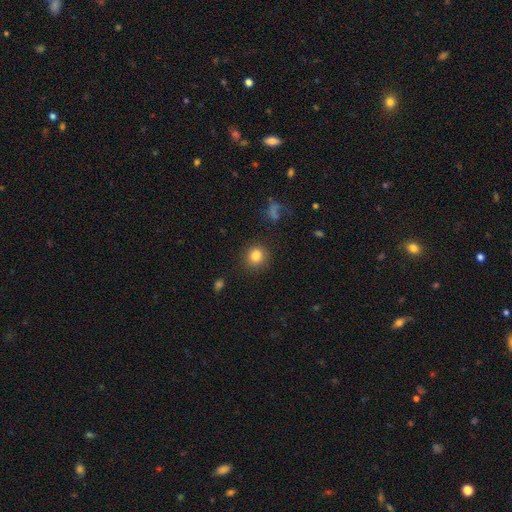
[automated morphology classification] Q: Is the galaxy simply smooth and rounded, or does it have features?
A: smooth — 83%.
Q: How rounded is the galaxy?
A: round — 86%.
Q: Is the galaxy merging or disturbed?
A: none — 85%.